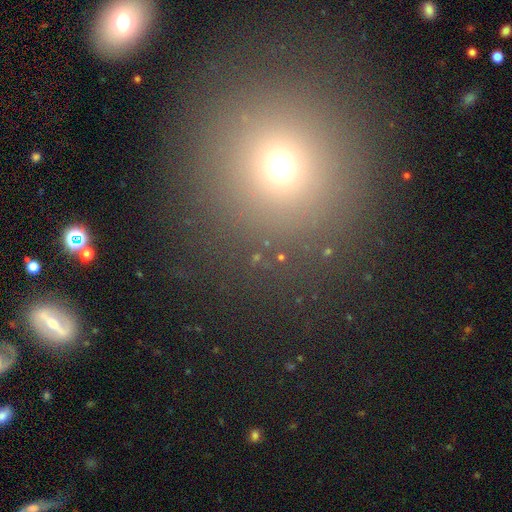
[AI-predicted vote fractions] Smooth or featured? Predicted: smooth (p=0.63). How rounded? Predicted: round (p=0.94). Merging? Predicted: none (p=0.87).